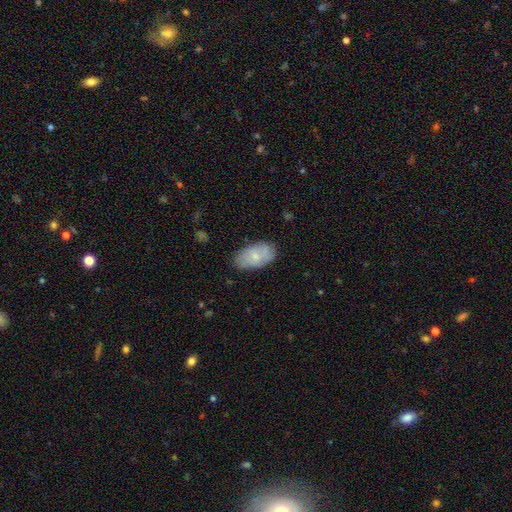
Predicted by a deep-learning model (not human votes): This is likely a smooth galaxy (66%). How rounded: clearly in between (94%). Merging: likely none (76%).